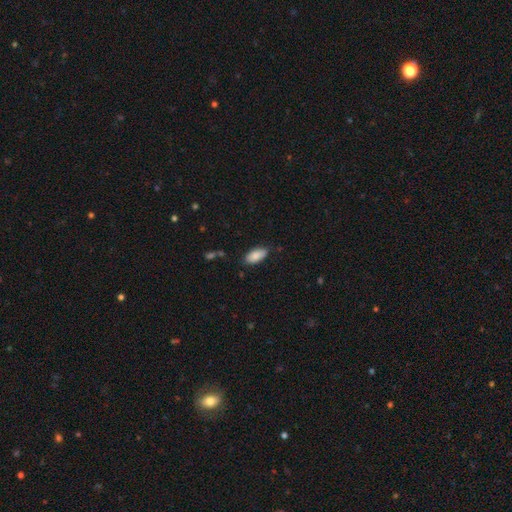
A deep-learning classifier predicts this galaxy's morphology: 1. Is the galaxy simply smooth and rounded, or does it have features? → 88% smooth, 6% star or artifact, 6% featured or disk.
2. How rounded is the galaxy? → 90% in between, 8% cigar-shaped, 2% round.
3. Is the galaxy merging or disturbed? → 82% none, 14% minor disturbance, 3% major disturbance, 1% merger.